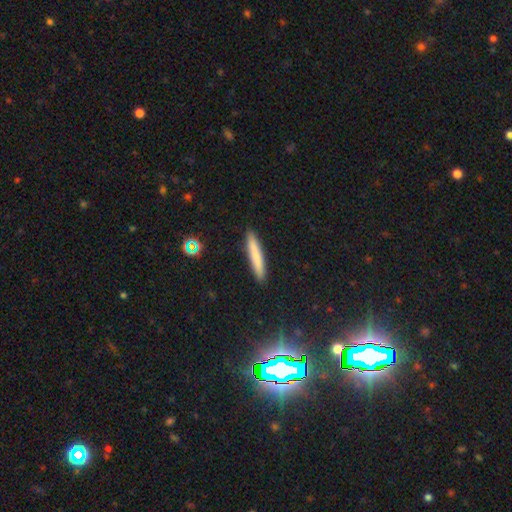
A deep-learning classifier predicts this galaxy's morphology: Overall: smooth (77%). How rounded: cigar-shaped (94%). Merging: none (91%).